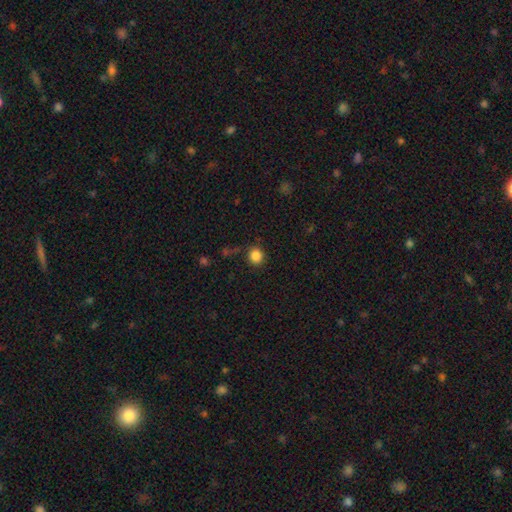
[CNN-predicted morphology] smooth 85%, star or artifact 11%, featured or disk 4%. Down the decision tree: how rounded — round (92%); merging — none (83%).